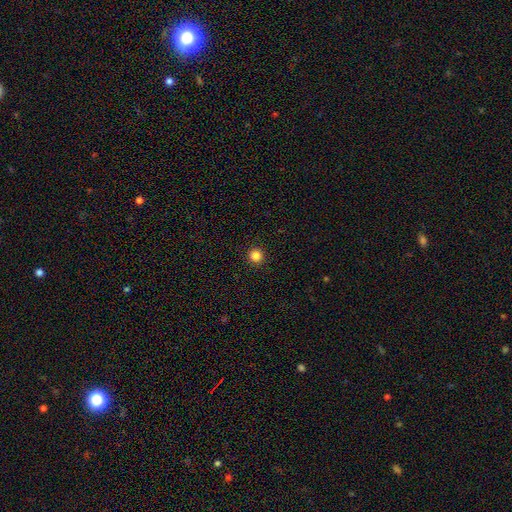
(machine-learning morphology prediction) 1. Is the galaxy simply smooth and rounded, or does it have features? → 84% smooth, 12% star or artifact, 4% featured or disk.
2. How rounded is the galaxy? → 95% round, 4% in between, 1% cigar-shaped.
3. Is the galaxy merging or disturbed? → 93% none, 4% minor disturbance, 2% major disturbance, 1% merger.